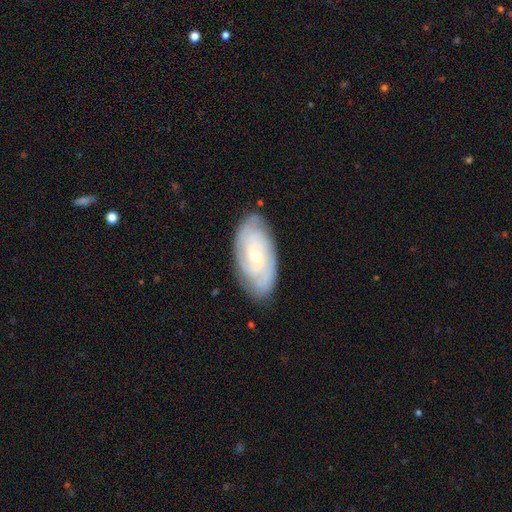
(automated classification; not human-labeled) Smooth or featured? featured or disk (75%)
Edge-on disk? no (93%)
Bar? no (55%)
Spiral arms? yes (91%)
Spiral winding? tight (73%)
Spiral arm count? can't tell (43%)
Bulge size? small (60%)
Merging? none (81%)